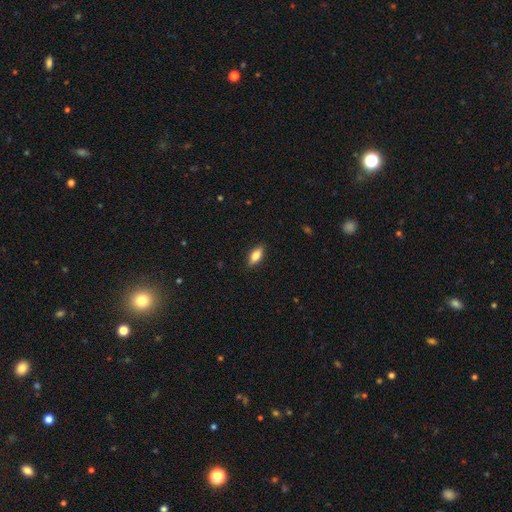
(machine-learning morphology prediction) smooth-or-featured: smooth: 75% | featured or disk: 18% | star or artifact: 7%
  how-rounded: in between: 79% | cigar-shaped: 18% | round: 3%
  merging: none: 87% | minor disturbance: 10% | major disturbance: 2% | merger: 1%